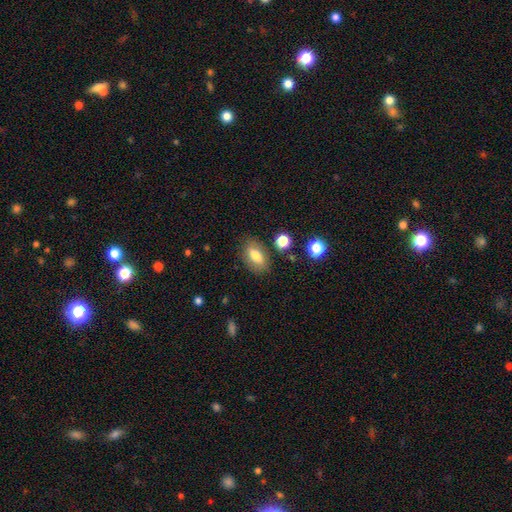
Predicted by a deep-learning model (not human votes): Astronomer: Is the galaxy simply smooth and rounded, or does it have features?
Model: smooth — 74%.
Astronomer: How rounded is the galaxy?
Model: in between — 87%.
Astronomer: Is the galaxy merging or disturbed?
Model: none — 81%.